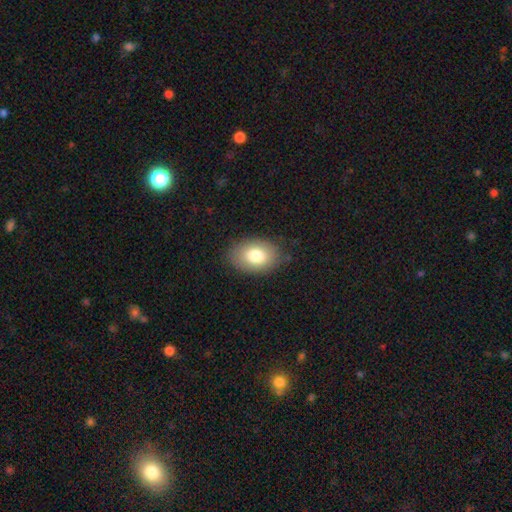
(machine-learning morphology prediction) type=smooth (80%); roundness=in between (85%); merging=none (83%).